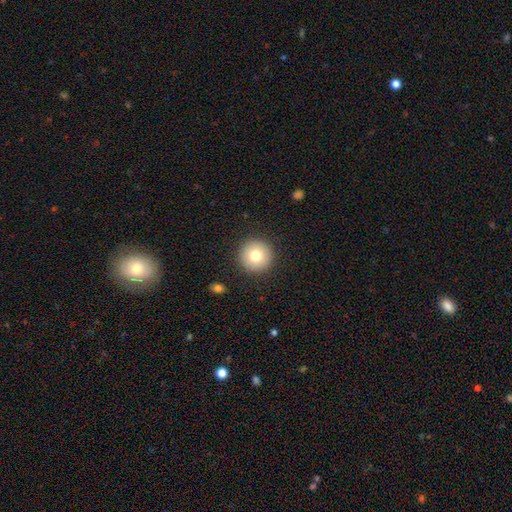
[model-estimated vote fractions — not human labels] smooth-or-featured: smooth: 77% | featured or disk: 13% | star or artifact: 10%
  how-rounded: round: 96% | in between: 3% | cigar-shaped: 1%
  merging: none: 92% | minor disturbance: 5% | major disturbance: 2% | merger: 1%